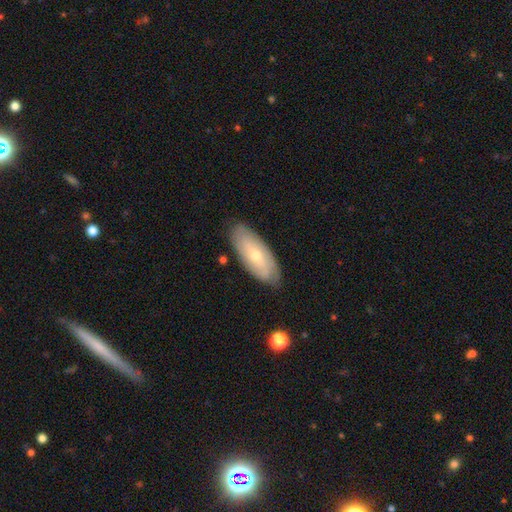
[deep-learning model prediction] Smooth or featured? featured or disk (47%)
Merging? none (79%)